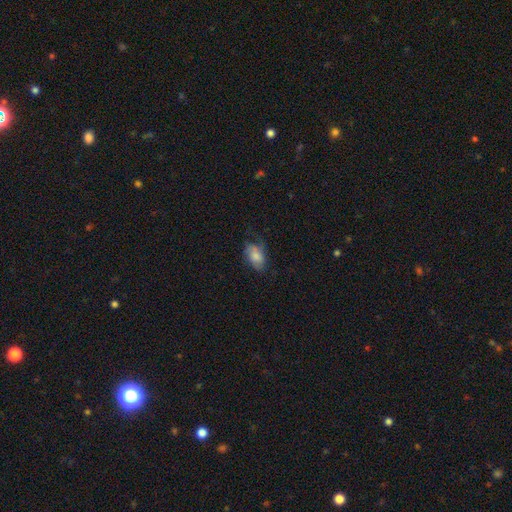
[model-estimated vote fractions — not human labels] A smooth galaxy with no disk features (65%) that is in between round and cigar-shaped (90%).

Vote fractions:
- Smooth or featured? smooth: 65% / featured or disk: 27% / star or artifact: 8%
- How rounded? in between: 90% / round: 7% / cigar-shaped: 3%
- Merging? none: 48% / minor disturbance: 29% / major disturbance: 21% / merger: 2%